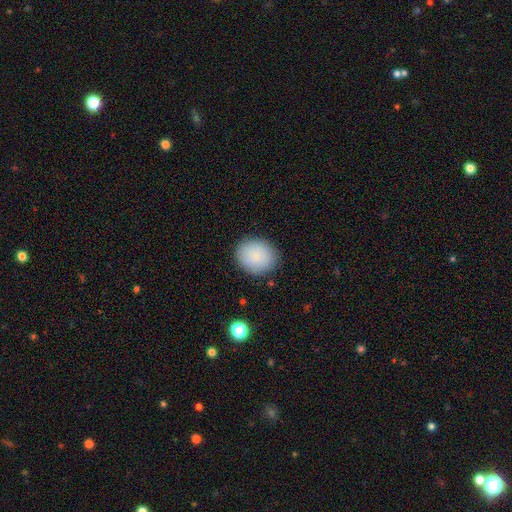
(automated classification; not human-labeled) Smooth or featured? Predicted: smooth (p=0.86). How rounded? Predicted: round (p=0.68). Merging? Predicted: none (p=0.86).